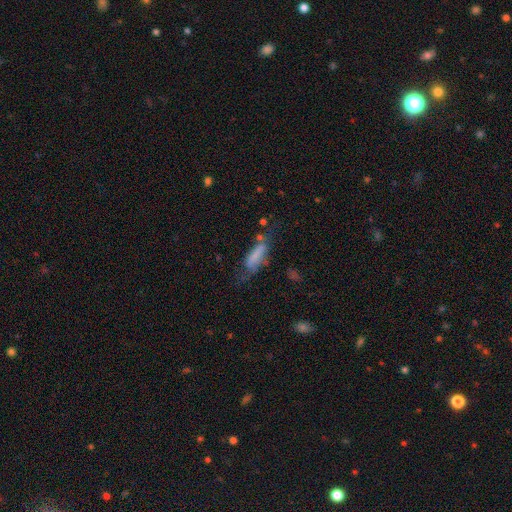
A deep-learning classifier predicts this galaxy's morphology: Smooth or featured? smooth (59%)
How rounded? in between (53%)
Merging? none (32%)